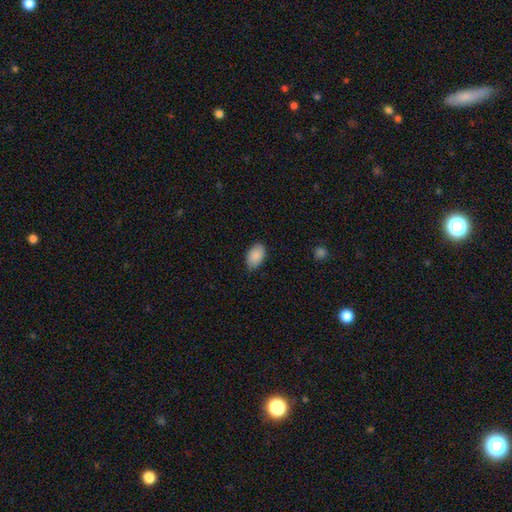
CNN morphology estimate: The model was most divided on "merging": none: 82%, minor disturbance: 14%, major disturbance: 3%, merger: 1%. More confident: how rounded — in between (92%); smooth or featured — smooth (89%).